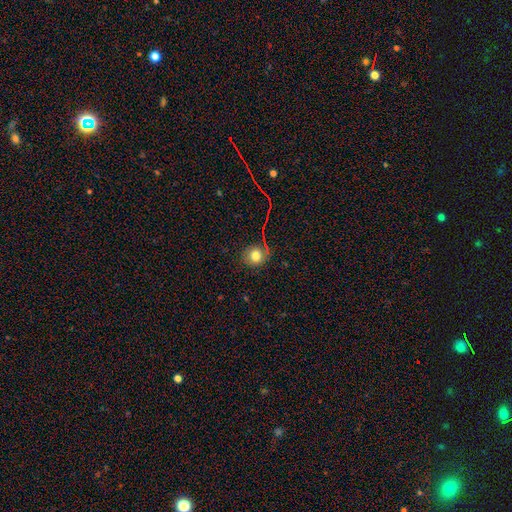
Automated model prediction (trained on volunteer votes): A smooth galaxy with no disk features (77%) that is round (80%). Merging: none (79%).